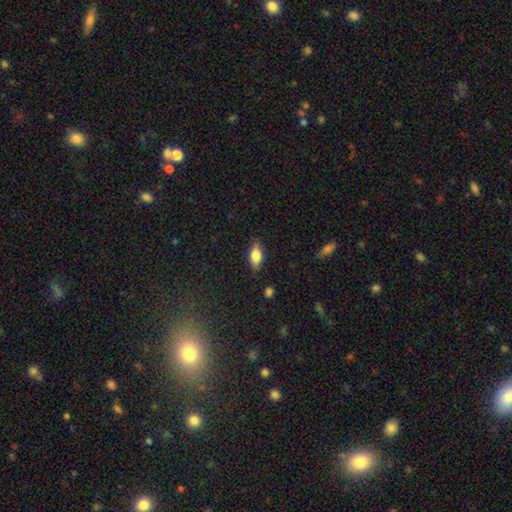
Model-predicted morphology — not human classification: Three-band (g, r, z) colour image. It shows a smooth galaxy with no disk features (71%) that is in between round and cigar-shaped (79%). Merging: none (86%).